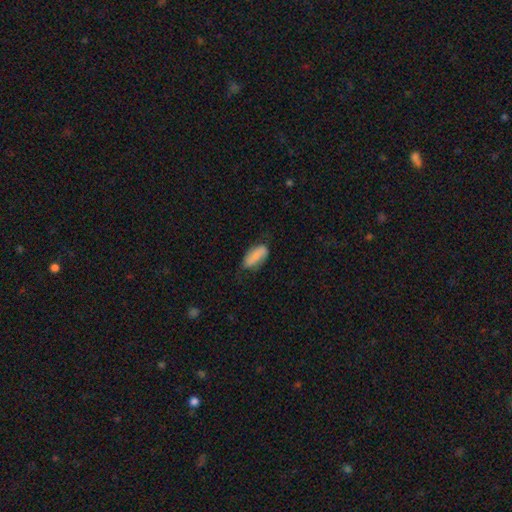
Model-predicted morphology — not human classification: This appears to be a smooth galaxy with no disk features (77%) that is in between round and cigar-shaped (86%). Merging: none (65%).